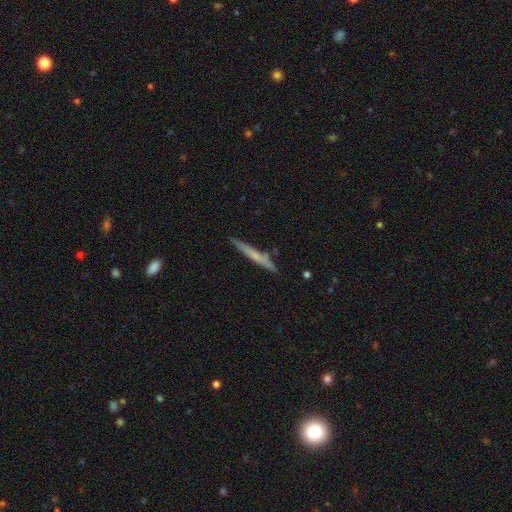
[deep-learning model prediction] This is possibly a smooth galaxy (50%). Merging: clearly none (85%).